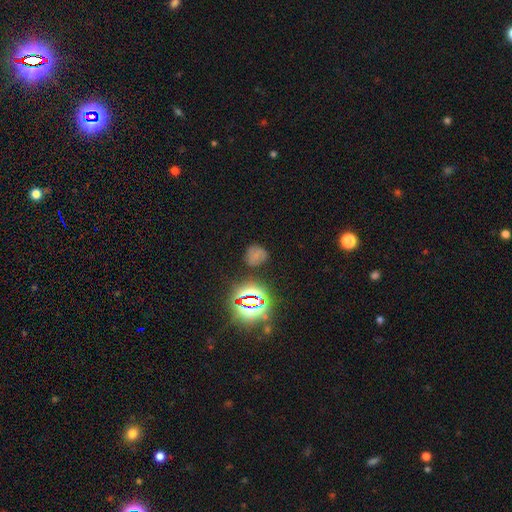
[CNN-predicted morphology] This appears to be a smooth galaxy with no disk features (50%) that is round (72%). Merging: none (70%).